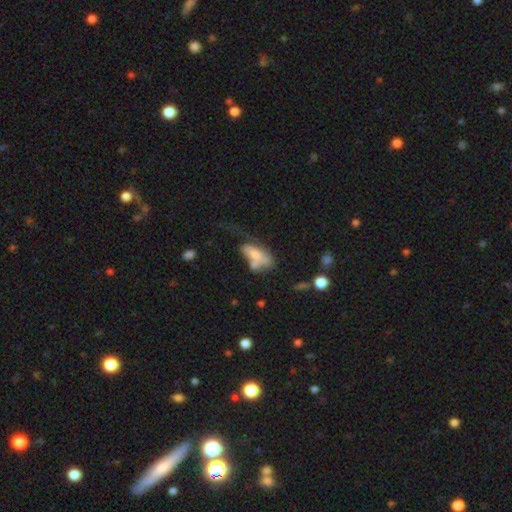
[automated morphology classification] Overall: smooth (60%; featured or disk 32%). How rounded: in between (84%). Merging: major disturbance (33%; merger 30%).